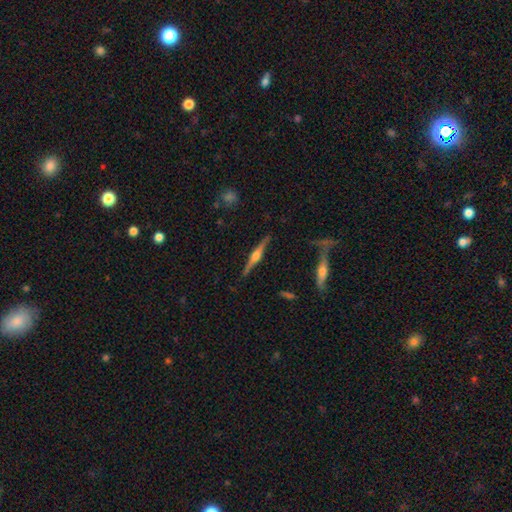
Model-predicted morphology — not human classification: The model was most divided on "smooth or featured": featured or disk: 81%, smooth: 14%, star or artifact: 5%. More confident: edge-on disk — yes (98%); edge-on bulge — rounded (90%); merging — none (89%).